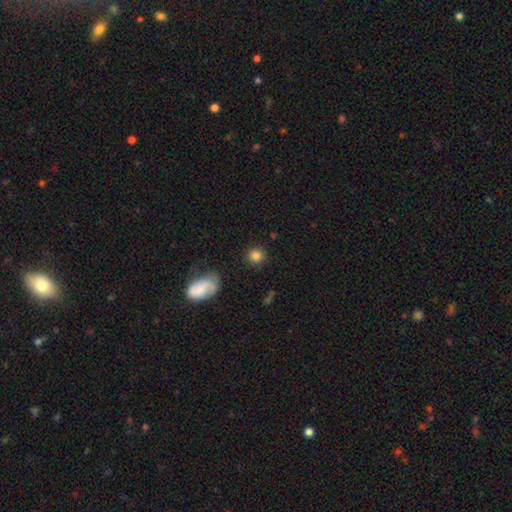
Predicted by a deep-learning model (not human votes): A smooth galaxy with no disk features (82%) that is round (90%).

Vote fractions:
- Smooth or featured? smooth: 82% / star or artifact: 11% / featured or disk: 7%
- How rounded? round: 90% / in between: 9% / cigar-shaped: 1%
- Merging? none: 88% / minor disturbance: 7% / major disturbance: 3% / merger: 2%